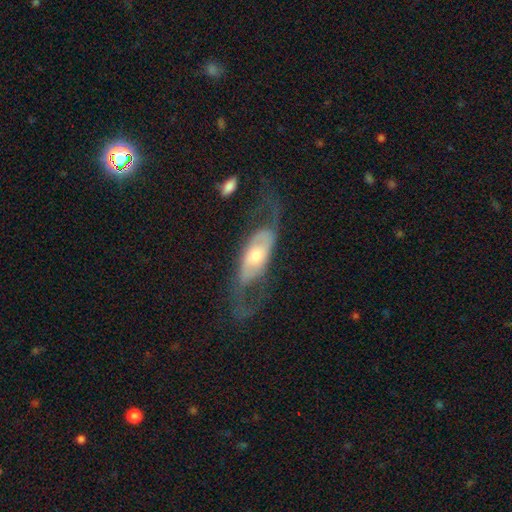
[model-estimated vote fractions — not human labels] Smooth or featured? featured or disk (69%)
Edge-on disk? no (80%)
Bar? no (62%)
Spiral arms? yes (74%)
Bulge size? moderate (61%)
Merging? none (48%)